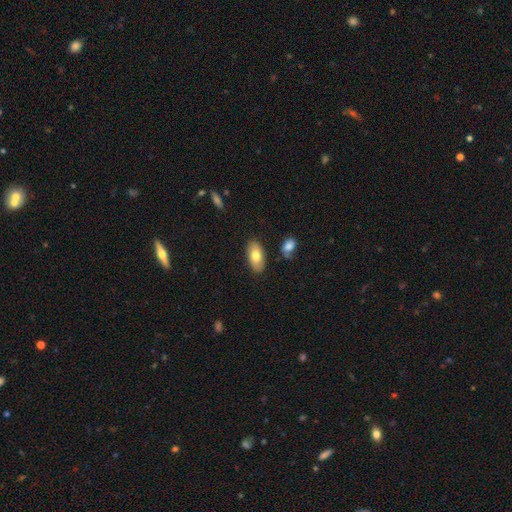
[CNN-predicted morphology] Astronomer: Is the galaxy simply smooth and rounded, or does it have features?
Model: smooth — 76%.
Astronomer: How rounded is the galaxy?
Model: in between — 93%.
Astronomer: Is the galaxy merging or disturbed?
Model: none — 83%.